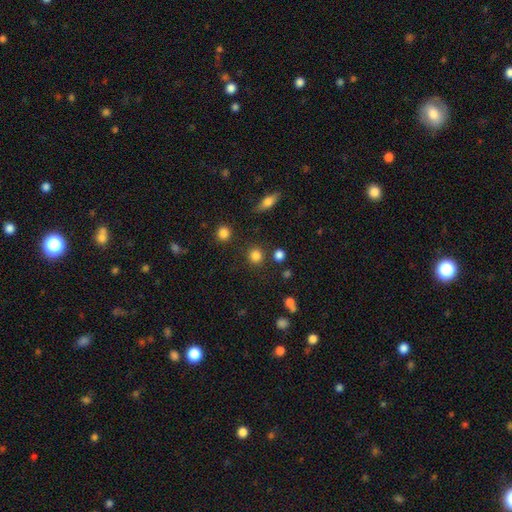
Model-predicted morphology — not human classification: smooth_or_featured: smooth (p=0.83) [alt: star or artifact p=0.12]
how_rounded: round (p=0.90) [alt: in between p=0.09]
merging: none (p=0.85) [alt: minor disturbance p=0.07]